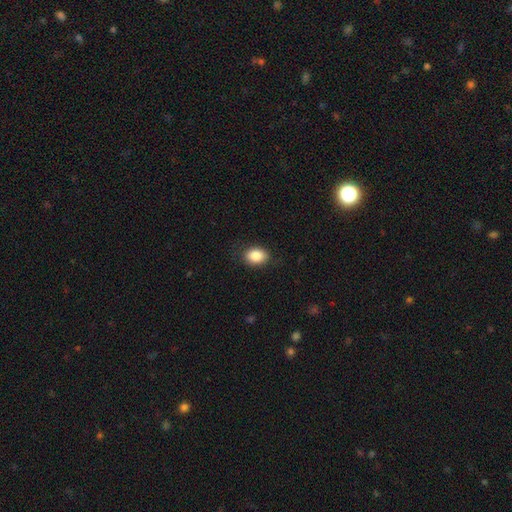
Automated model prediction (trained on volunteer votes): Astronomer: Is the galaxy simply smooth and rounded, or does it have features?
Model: smooth — 86%.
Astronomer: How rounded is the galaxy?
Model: in between — 72%.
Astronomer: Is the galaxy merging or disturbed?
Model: none — 83%.